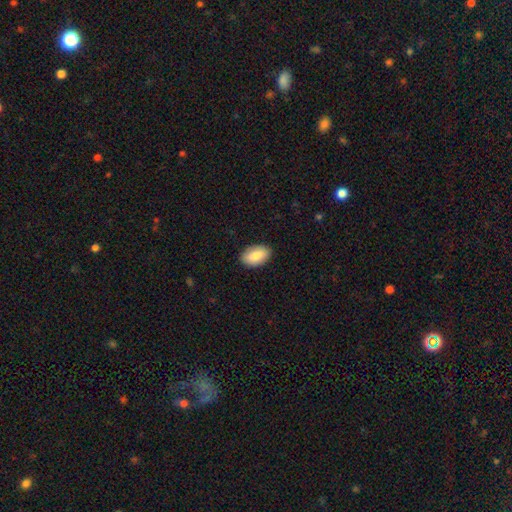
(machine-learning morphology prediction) Smooth or featured? Predicted: smooth (p=0.85). How rounded? Predicted: in between (p=0.94). Merging? Predicted: none (p=0.89).